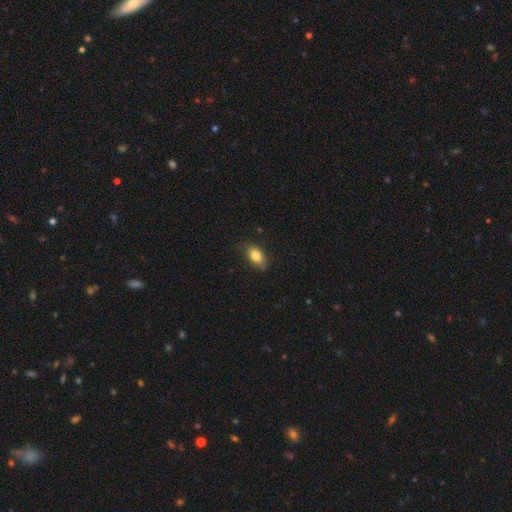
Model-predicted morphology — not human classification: This is clearly a smooth galaxy (82%). How rounded: clearly in between (87%). Merging: likely none (77%).